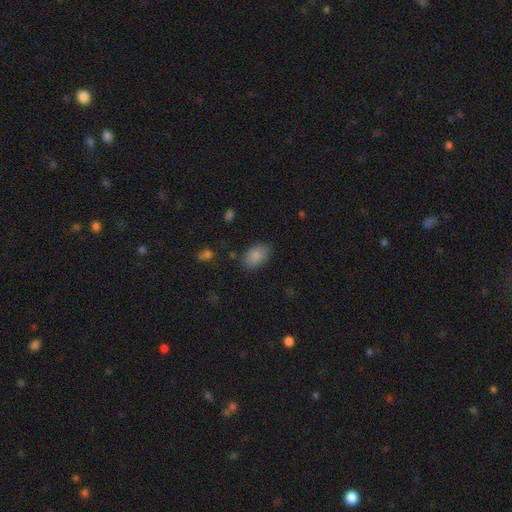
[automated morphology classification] A smooth galaxy with no disk features (86%) that is in between round and cigar-shaped (89%). Merging: none (83%).